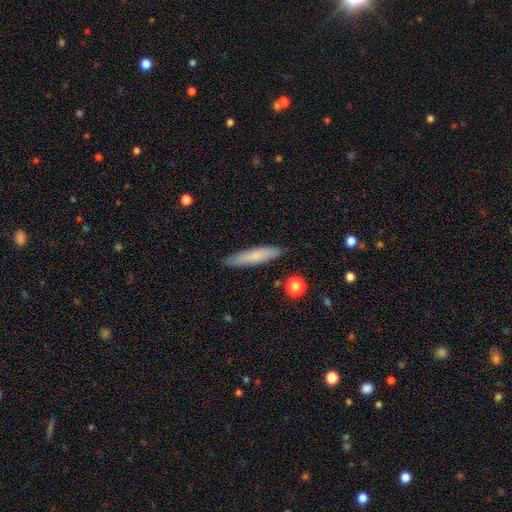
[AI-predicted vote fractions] Smooth or featured: smooth — 74% (featured or disk — 20%)
How rounded: cigar-shaped — 88% (in between — 11%)
Merging: none — 88% (minor disturbance — 9%)